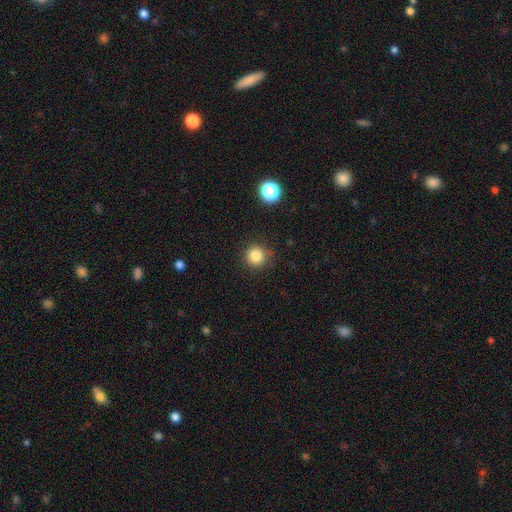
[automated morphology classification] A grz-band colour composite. It shows a smooth galaxy with no disk features (84%) that is round (94%). Merging: none (87%).